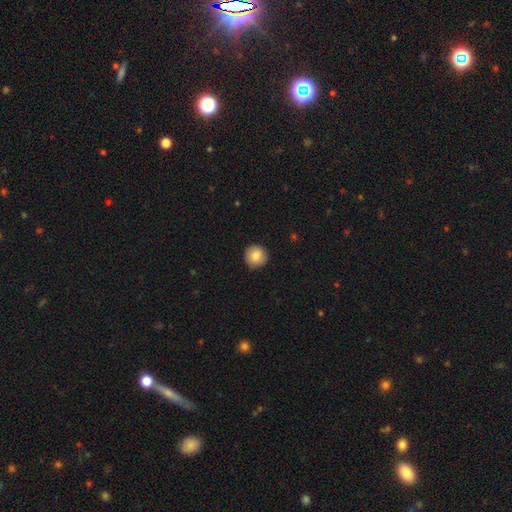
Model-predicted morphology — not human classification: smooth 82%, featured or disk 10%, star or artifact 8%. Down the decision tree: how rounded — round (94%); merging — none (90%).